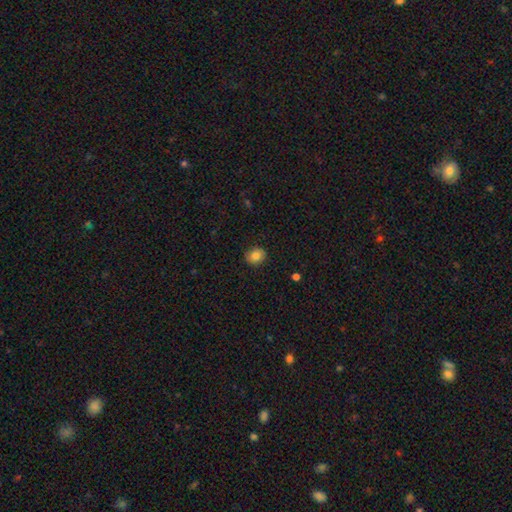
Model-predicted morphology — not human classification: Smooth or featured: smooth — 83% (star or artifact — 10%)
How rounded: round — 71% (in between — 28%)
Merging: none — 85% (minor disturbance — 11%)